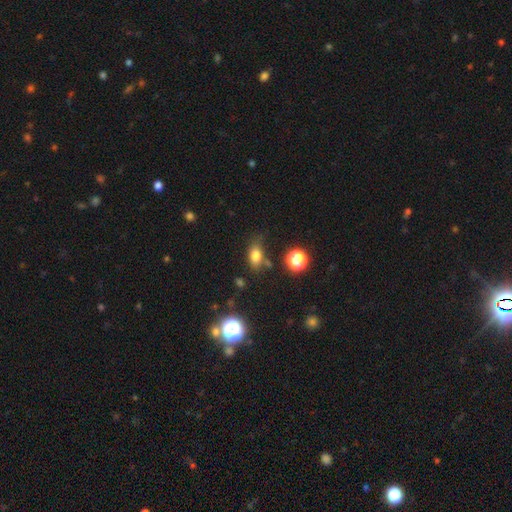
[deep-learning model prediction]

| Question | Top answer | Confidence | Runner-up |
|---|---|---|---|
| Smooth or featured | smooth | 78% | star or artifact (14%) |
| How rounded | in between | 79% | round (17%) |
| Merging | none | 66% | minor disturbance (21%) |